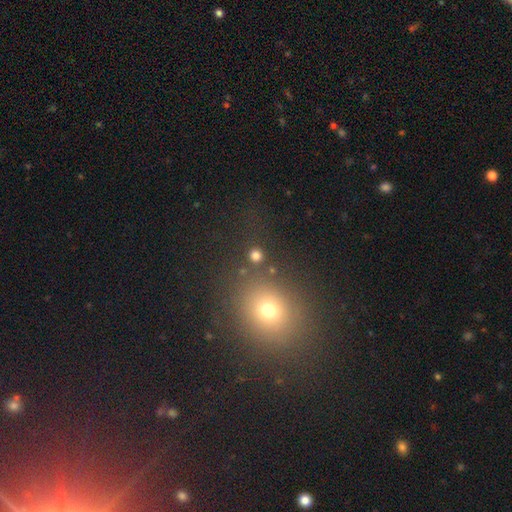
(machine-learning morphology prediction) Smooth or featured? smooth (78%)
How rounded? round (90%)
Merging? none (85%)